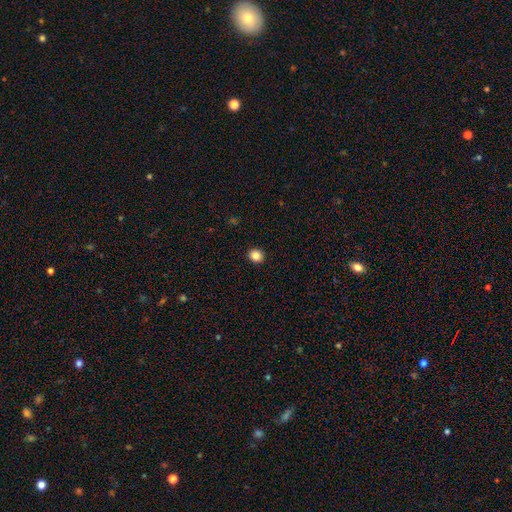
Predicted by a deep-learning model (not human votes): Q: Smooth or featured?
A: smooth (86%); runner-up: star or artifact (11%)
Q: How rounded?
A: round (82%); runner-up: in between (17%)
Q: Merging?
A: none (93%); runner-up: minor disturbance (5%)